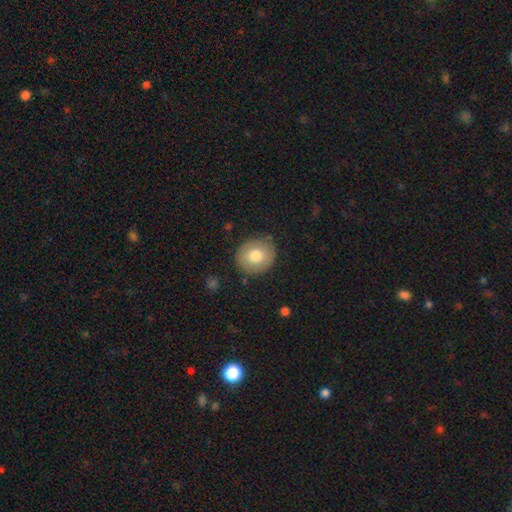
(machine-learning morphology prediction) This appears to be a smooth galaxy with no disk features (74%) that is round (78%). Merging: none (83%).